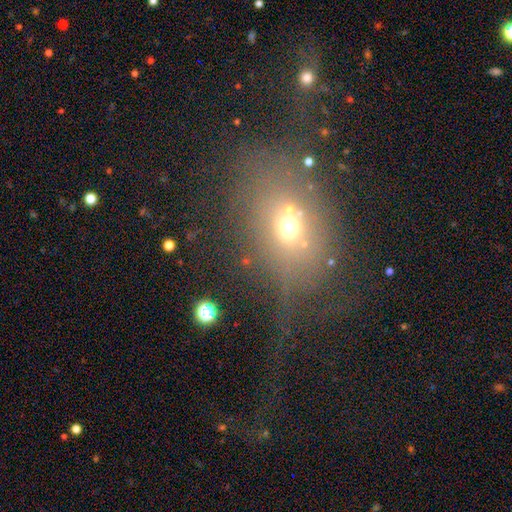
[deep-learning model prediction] smooth_or_featured: smooth (p=0.48) [alt: star or artifact p=0.29]
merging: none (p=0.43) [alt: major disturbance p=0.31]